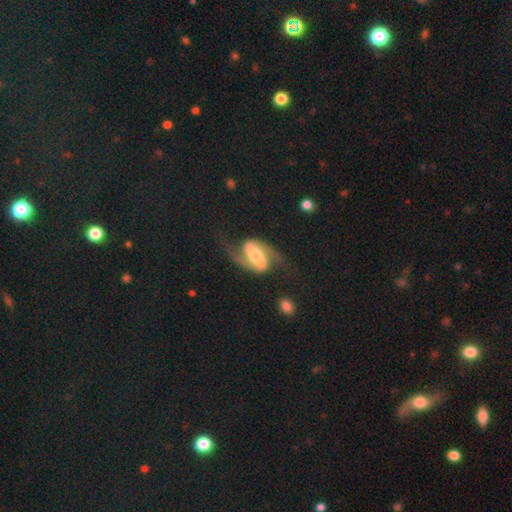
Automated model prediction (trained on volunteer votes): Smooth or featured?
  - featured or disk: 86% *
  - smooth: 10%
  - star or artifact: 5%
Edge-on disk?
  - no: 96% *
  - yes: 4%
Bar?
  - strong: 53% *
  - weak: 31%
  - no: 16%
Spiral arms?
  - yes: 96% *
  - no: 4%
Spiral winding?
  - loose: 55% *
  - medium: 36%
  - tight: 9%
Spiral arm count?
  - 2: 93% *
  - 1: 2%
  - can't tell: 2%
  - 3: 1%
  - 4: 1%
  - more than 4: 1%
Bulge size?
  - moderate: 58% *
  - large: 19%
  - small: 18%
  - dominant: 3%
  - none: 2%
Merging?
  - none: 69% *
  - minor disturbance: 15%
  - major disturbance: 14%
  - merger: 2%